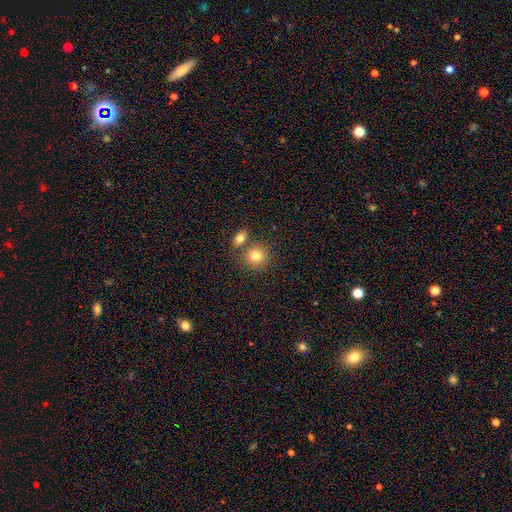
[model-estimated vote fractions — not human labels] Q: Smooth or featured?
A: smooth (82%); runner-up: star or artifact (10%)
Q: How rounded?
A: round (80%); runner-up: in between (19%)
Q: Merging?
A: none (63%); runner-up: merger (25%)